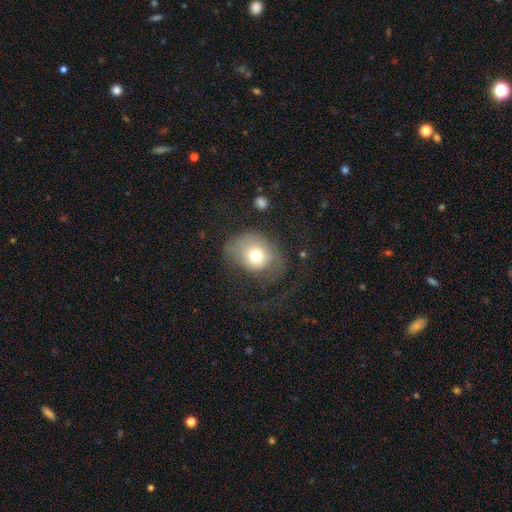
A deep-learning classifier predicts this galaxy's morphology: Smooth or featured? Predicted: smooth (p=0.65). How rounded? Predicted: in between (p=0.50). Merging? Predicted: major disturbance (p=0.40).